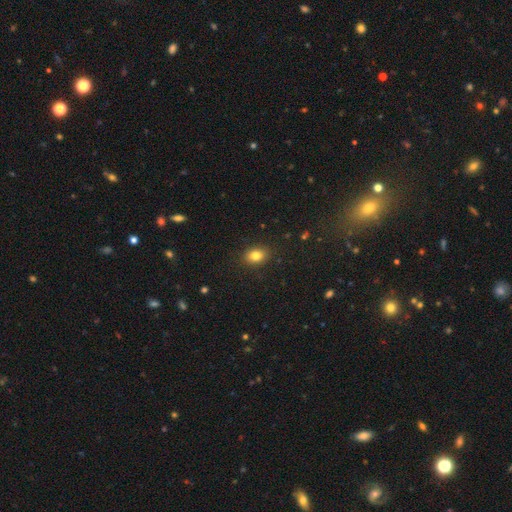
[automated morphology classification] smooth 81%, star or artifact 11%, featured or disk 8%. Down the decision tree: how rounded — in between (71%); merging — none (88%).